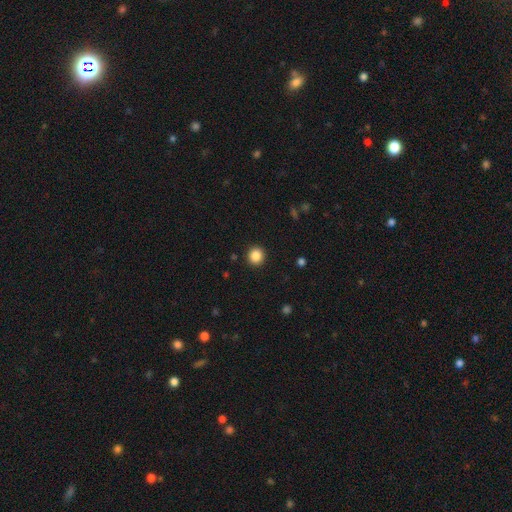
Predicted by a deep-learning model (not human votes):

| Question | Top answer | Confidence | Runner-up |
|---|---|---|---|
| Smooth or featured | smooth | 86% | star or artifact (10%) |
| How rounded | round | 93% | in between (6%) |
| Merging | none | 92% | minor disturbance (5%) |